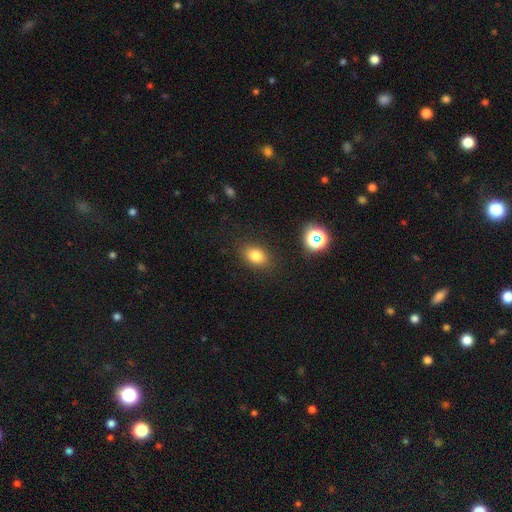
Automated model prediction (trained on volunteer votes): smooth_or_featured: smooth (p=0.79) [alt: star or artifact p=0.13]
how_rounded: in between (p=0.73) [alt: round p=0.25]
merging: none (p=0.86) [alt: minor disturbance p=0.10]